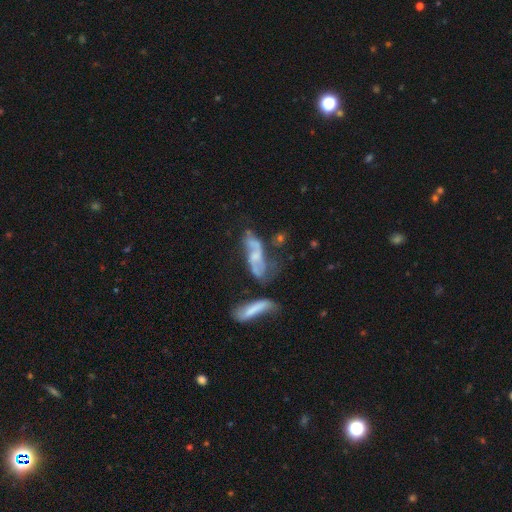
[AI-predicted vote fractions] Smooth or featured? featured or disk (66%)
Edge-on disk? no (81%)
Bar? no (56%)
Spiral arms? yes (74%)
Bulge size? small (37%)
Merging? none (34%)